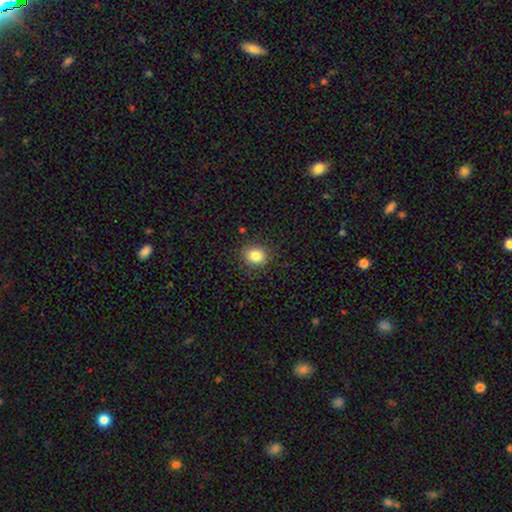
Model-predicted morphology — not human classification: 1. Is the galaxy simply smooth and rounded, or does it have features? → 84% smooth, 11% star or artifact, 6% featured or disk.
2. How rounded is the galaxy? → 68% round, 31% in between, 1% cigar-shaped.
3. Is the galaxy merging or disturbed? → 87% none, 9% minor disturbance, 3% major disturbance, 1% merger.